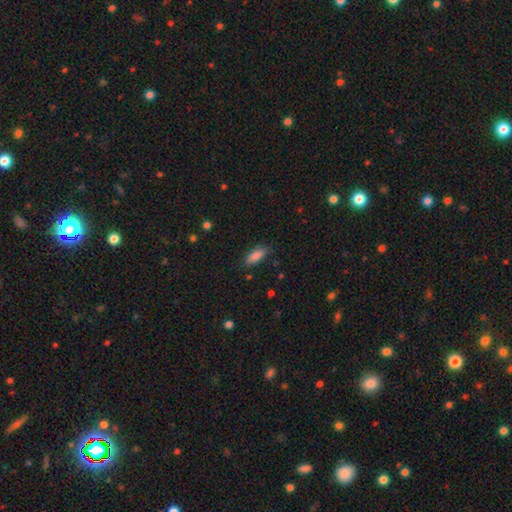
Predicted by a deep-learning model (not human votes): Smooth or featured? smooth (85%)
How rounded? in between (71%)
Merging? none (83%)